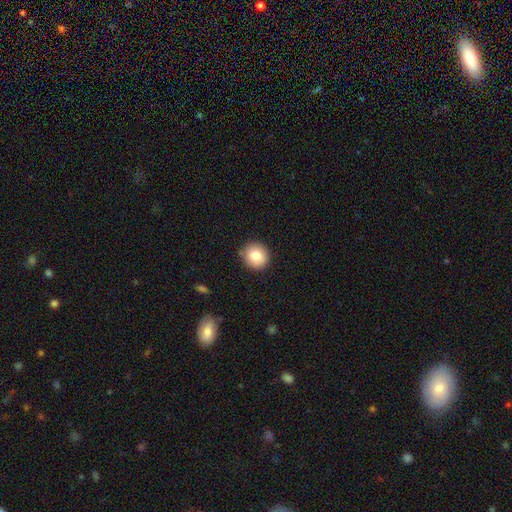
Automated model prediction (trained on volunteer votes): Q: Smooth or featured?
A: smooth (80%); runner-up: featured or disk (11%)
Q: How rounded?
A: round (89%); runner-up: in between (10%)
Q: Merging?
A: none (87%); runner-up: minor disturbance (9%)